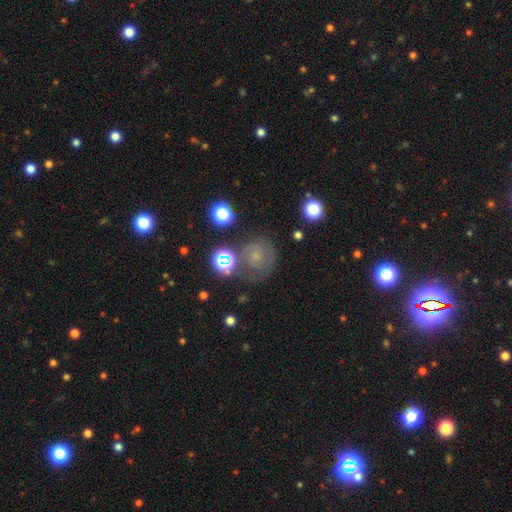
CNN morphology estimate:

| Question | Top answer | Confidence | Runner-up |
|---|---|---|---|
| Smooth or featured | smooth | 44% | featured or disk (32%) |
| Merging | none | 61% | minor disturbance (19%) |